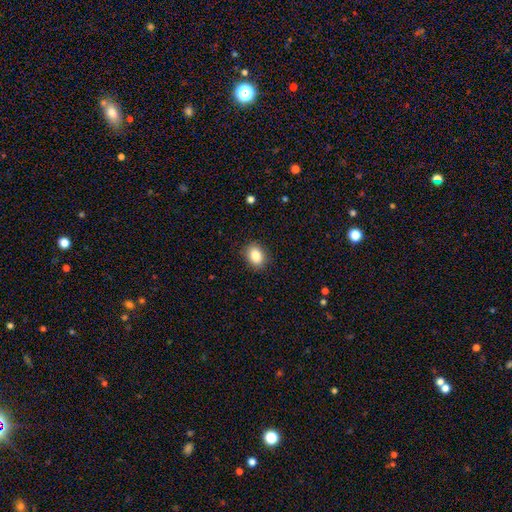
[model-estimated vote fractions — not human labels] Smooth or featured: smooth — 86% (star or artifact — 8%)
How rounded: in between — 69% (round — 30%)
Merging: none — 87% (minor disturbance — 9%)